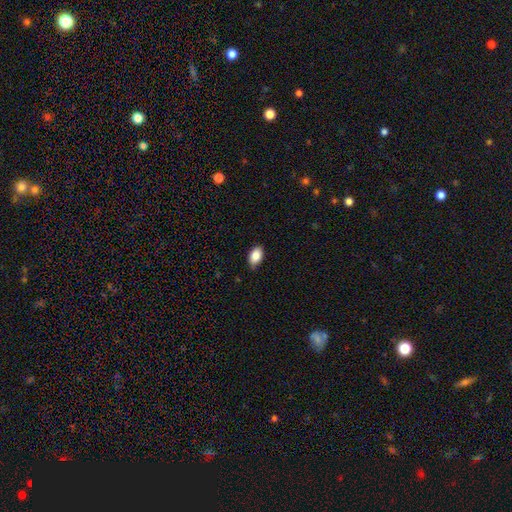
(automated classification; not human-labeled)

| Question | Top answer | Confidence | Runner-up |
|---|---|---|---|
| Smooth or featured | smooth | 86% | star or artifact (8%) |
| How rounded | in between | 91% | round (8%) |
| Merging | none | 80% | minor disturbance (17%) |